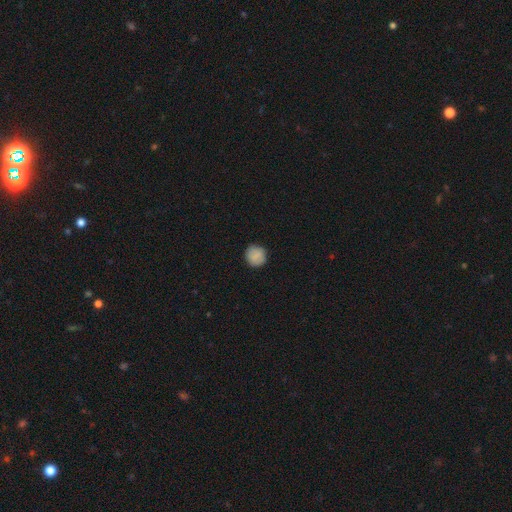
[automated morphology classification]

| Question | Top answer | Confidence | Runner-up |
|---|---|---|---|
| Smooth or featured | smooth | 86% | star or artifact (8%) |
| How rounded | round | 93% | in between (6%) |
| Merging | none | 90% | minor disturbance (7%) |